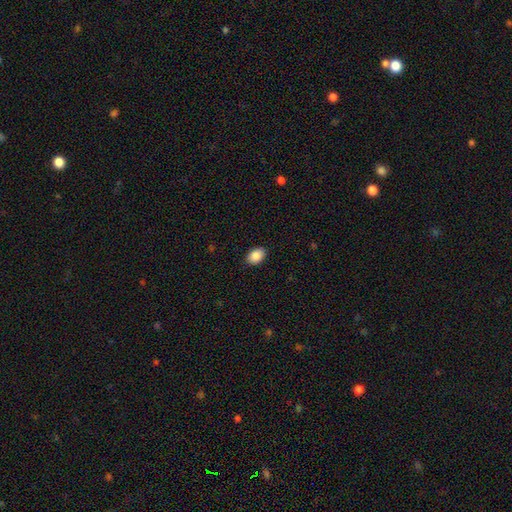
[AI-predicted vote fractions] A smooth galaxy with no disk features (88%) that is in between round and cigar-shaped (84%). Merging: none (89%).